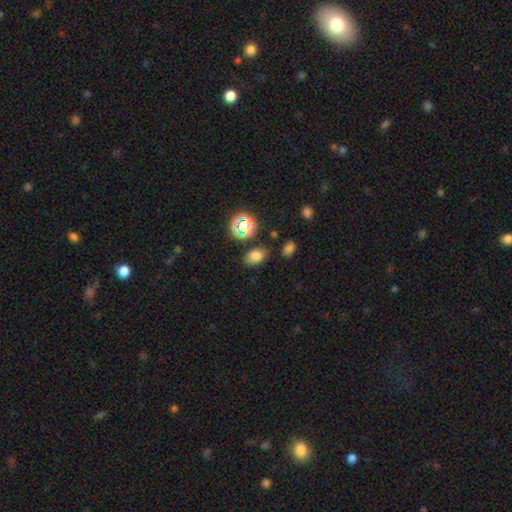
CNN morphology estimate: Smooth or featured? Predicted: smooth (p=0.73). How rounded? Predicted: in between (p=0.81). Merging? Predicted: none (p=0.78).